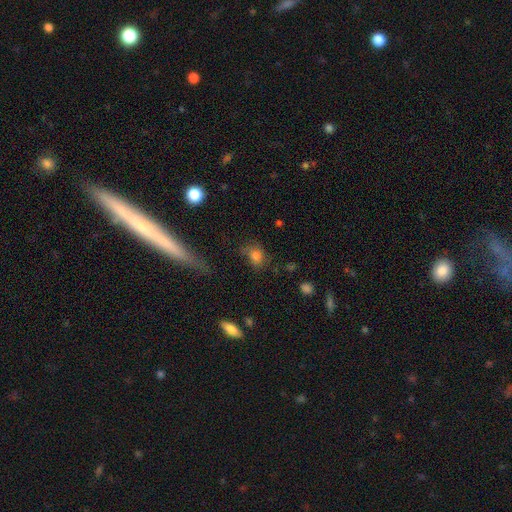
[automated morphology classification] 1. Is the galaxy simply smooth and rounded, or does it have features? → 76% smooth, 13% star or artifact, 11% featured or disk.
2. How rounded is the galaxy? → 52% round, 46% in between, 2% cigar-shaped.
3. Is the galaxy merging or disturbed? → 53% none, 24% minor disturbance, 17% major disturbance, 6% merger.